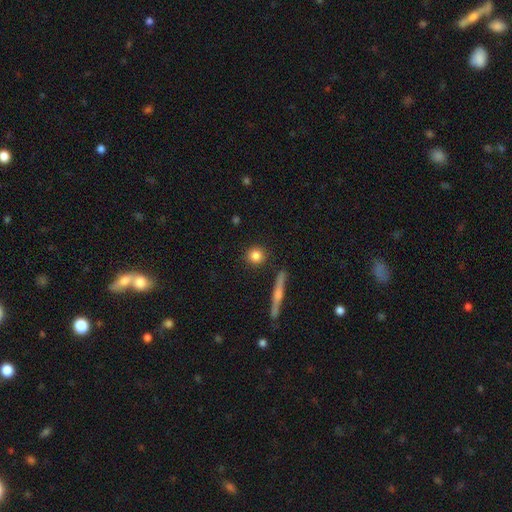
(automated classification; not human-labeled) A smooth galaxy with no disk features (82%) that is round (89%). Merging: none (89%).